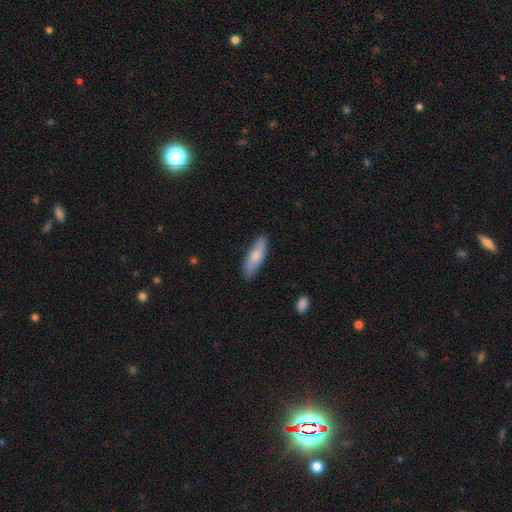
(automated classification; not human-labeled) Smooth or featured? smooth (73%)
How rounded? in between (52%)
Merging? none (83%)